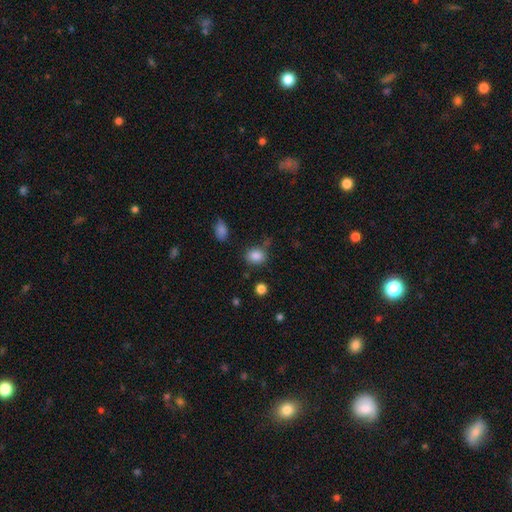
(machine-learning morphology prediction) type=smooth (85%); roundness=in between (51%); merging=none (75%).